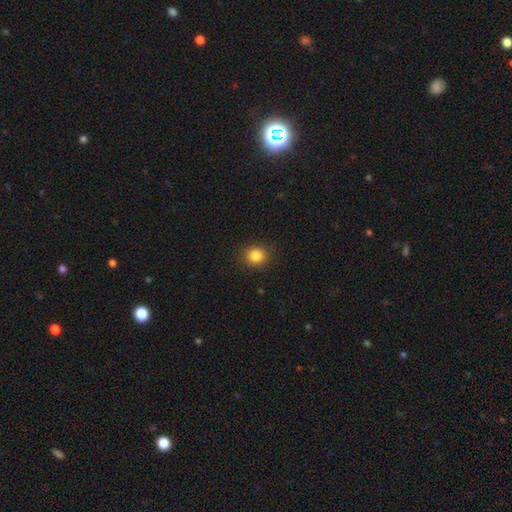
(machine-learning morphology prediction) smooth-or-featured: smooth: 85% | star or artifact: 11% | featured or disk: 5%
  how-rounded: round: 78% | in between: 21% | cigar-shaped: 1%
  merging: none: 89% | minor disturbance: 8% | major disturbance: 2% | merger: 1%